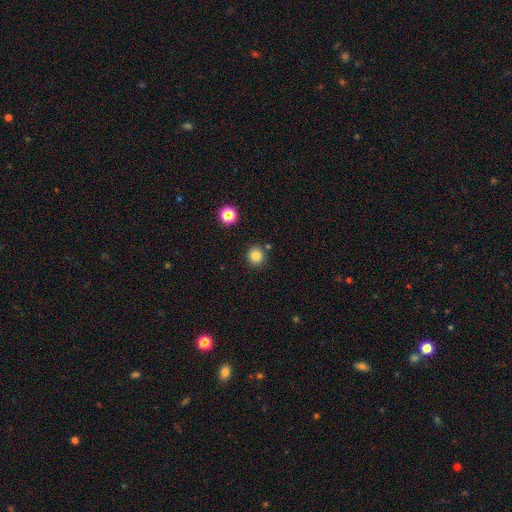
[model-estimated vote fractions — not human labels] smooth_or_featured: smooth (p=0.82) [alt: star or artifact p=0.12]
how_rounded: round (p=0.92) [alt: in between p=0.07]
merging: none (p=0.86) [alt: minor disturbance p=0.07]